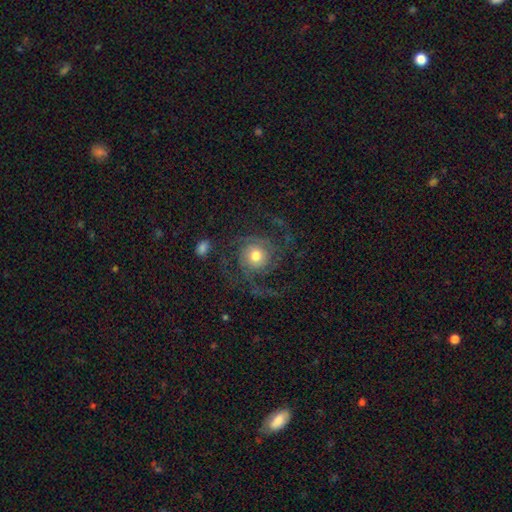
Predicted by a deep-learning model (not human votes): This appears to be a featured or disk galaxy (76%) with no bar (80%), 2 (36%) medium (41%) spiral arms (92%) and a moderate central bulge (67%). Merging: none (58%).